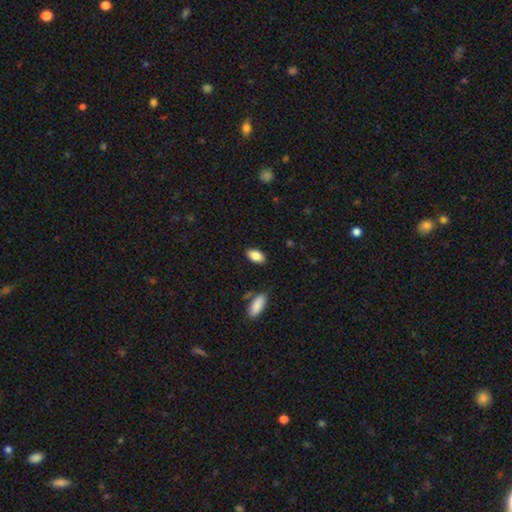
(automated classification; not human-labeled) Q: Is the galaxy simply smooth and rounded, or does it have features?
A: smooth — 87%.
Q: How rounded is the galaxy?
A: in between — 92%.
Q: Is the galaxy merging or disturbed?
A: none — 85%.